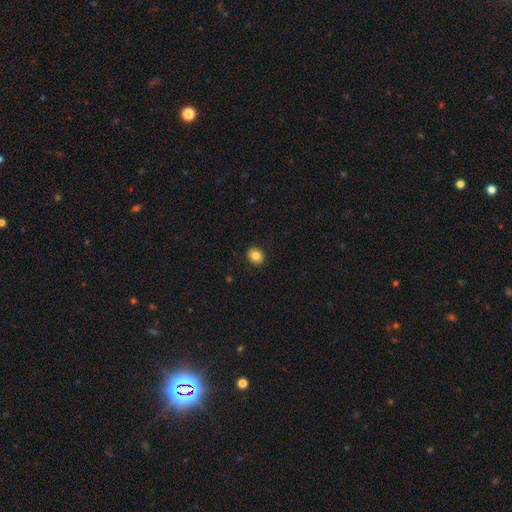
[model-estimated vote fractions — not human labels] A smooth galaxy with no disk features (83%) that is round (68%). Merging: none (91%).